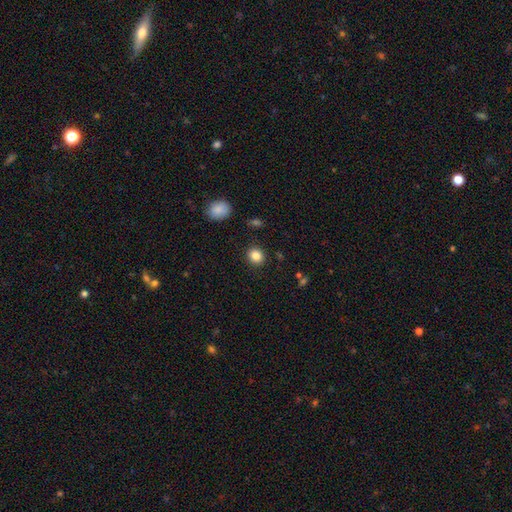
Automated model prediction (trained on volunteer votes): Smooth or featured? smooth (85%)
How rounded? round (76%)
Merging? none (89%)